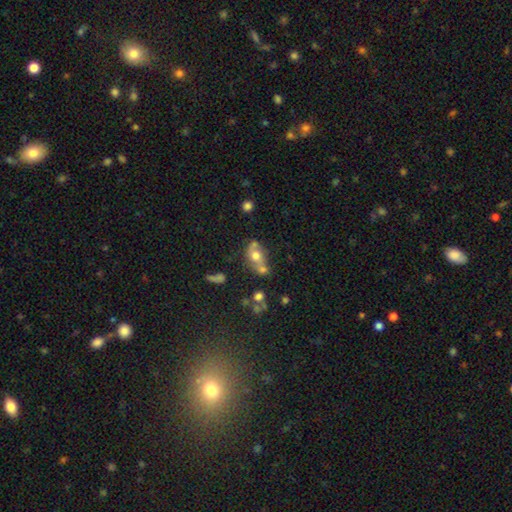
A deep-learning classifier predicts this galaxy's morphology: type=smooth (58%); roundness=in between (65%); merging=merger (39%).